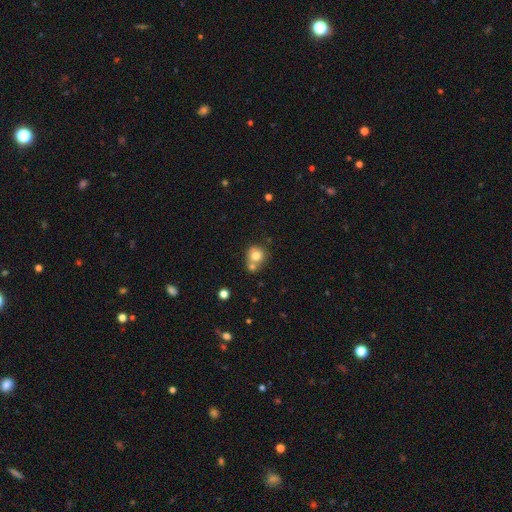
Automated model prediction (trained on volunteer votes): Q: Smooth or featured?
A: smooth (78%); runner-up: featured or disk (12%)
Q: How rounded?
A: round (85%); runner-up: in between (14%)
Q: Merging?
A: none (46%); runner-up: merger (40%)